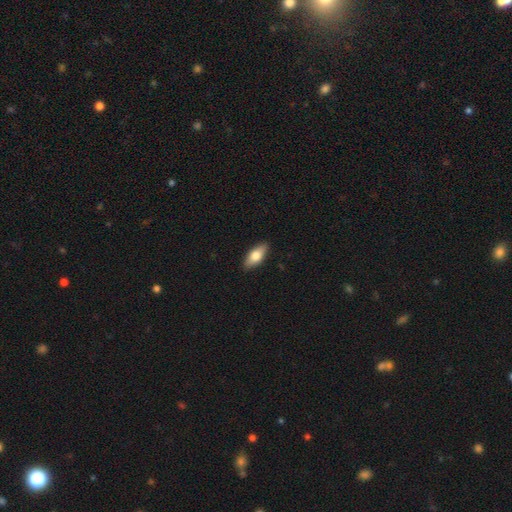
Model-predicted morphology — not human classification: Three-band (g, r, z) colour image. It shows a smooth galaxy with no disk features (72%) that is in between round and cigar-shaped (81%). Merging: none (89%).